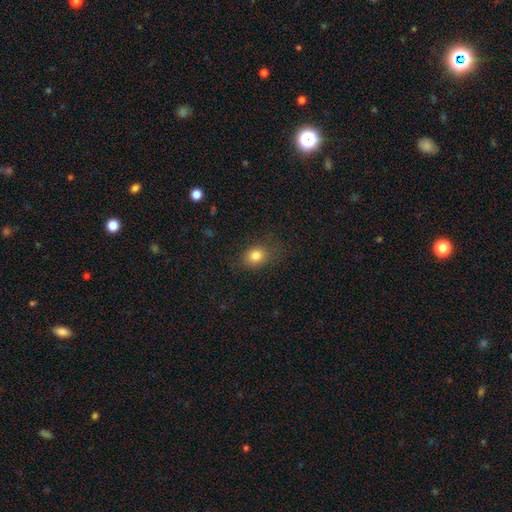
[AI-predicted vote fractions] This is clearly a smooth galaxy (81%). How rounded: possibly in between (54%). Merging: likely none (77%).